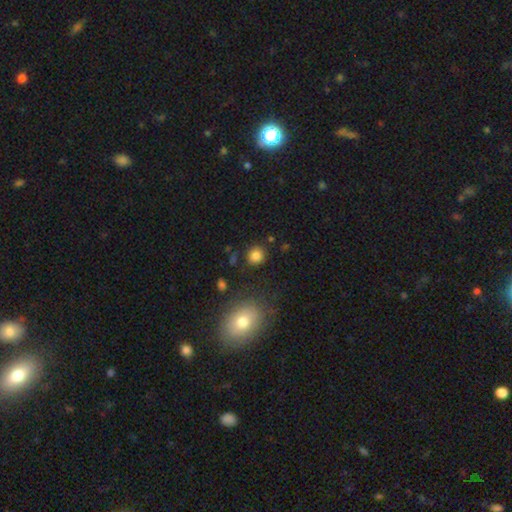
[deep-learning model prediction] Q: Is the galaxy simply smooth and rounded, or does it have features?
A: smooth — 82%.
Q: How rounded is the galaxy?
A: round — 84%.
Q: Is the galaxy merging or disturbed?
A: none — 86%.